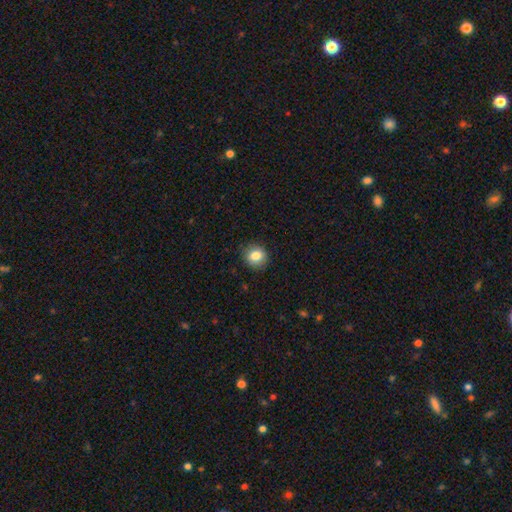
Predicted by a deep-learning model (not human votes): Smooth or featured? Predicted: smooth (p=0.83). How rounded? Predicted: round (p=0.80). Merging? Predicted: none (p=0.88).